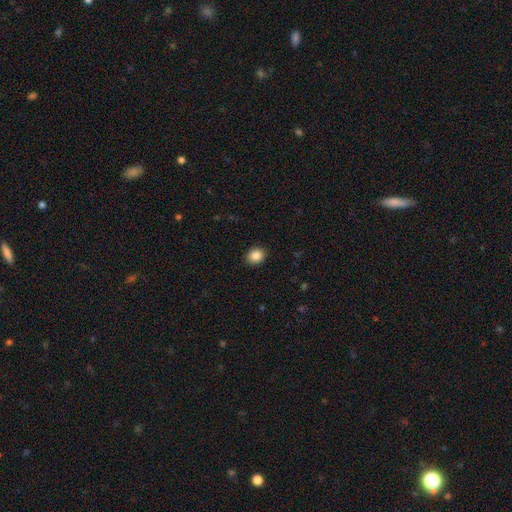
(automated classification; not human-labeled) smooth 86%, star or artifact 10%, featured or disk 5%. Down the decision tree: how rounded — round (71%); merging — none (91%).